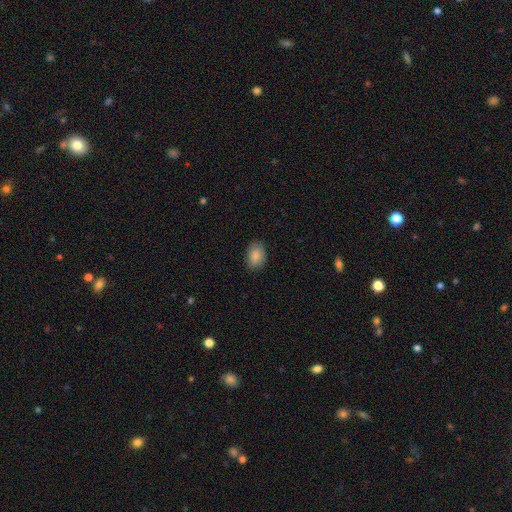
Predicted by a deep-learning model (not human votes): Smooth or featured? smooth (87%)
How rounded? in between (86%)
Merging? none (84%)